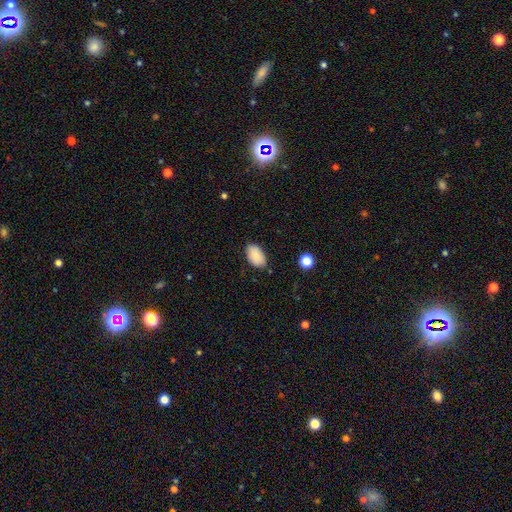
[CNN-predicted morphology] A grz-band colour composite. It shows a smooth galaxy with no disk features (87%) that is in between round and cigar-shaped (94%). Merging: none (81%).